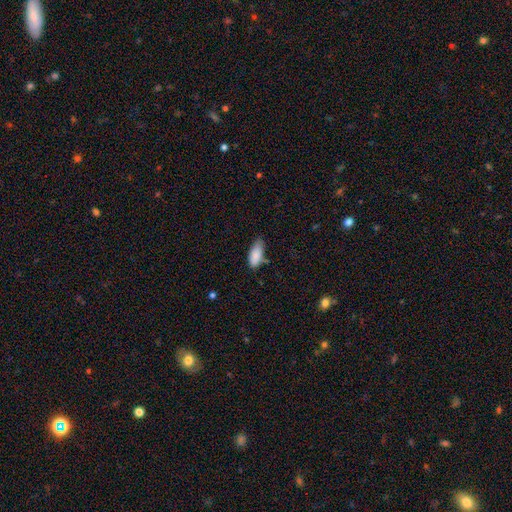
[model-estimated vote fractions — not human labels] Morphology: type=smooth (86%); roundness=in between (83%); merging=none (54%).